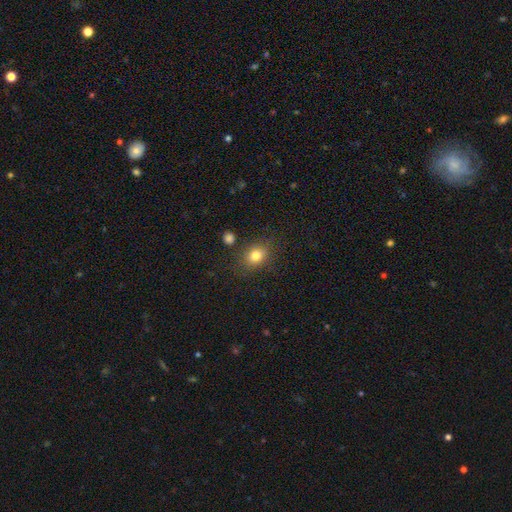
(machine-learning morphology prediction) Overall: smooth (80%). How rounded: in between (56%; round 43%). Merging: none (79%).